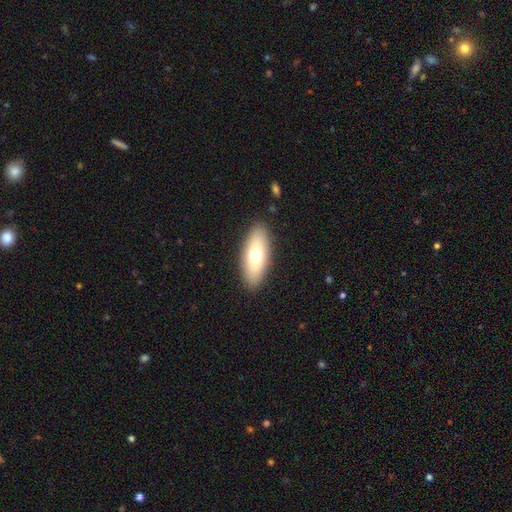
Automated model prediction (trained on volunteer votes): Q: Smooth or featured?
A: smooth (69%); runner-up: featured or disk (24%)
Q: How rounded?
A: in between (76%); runner-up: cigar-shaped (21%)
Q: Merging?
A: none (89%); runner-up: minor disturbance (8%)